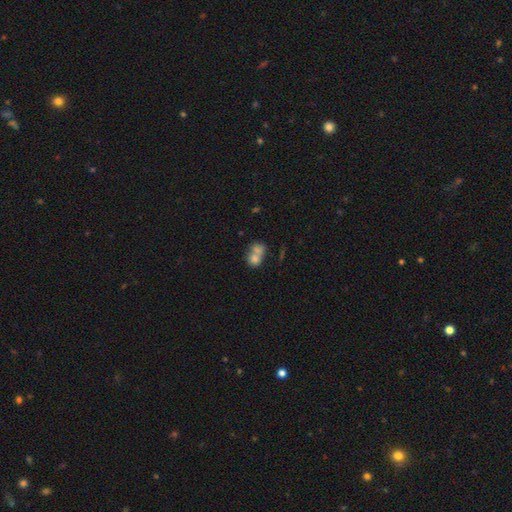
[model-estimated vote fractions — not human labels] Smooth or featured? Predicted: smooth (p=0.72). How rounded? Predicted: round (p=0.50). Merging? Predicted: merger (p=0.69).